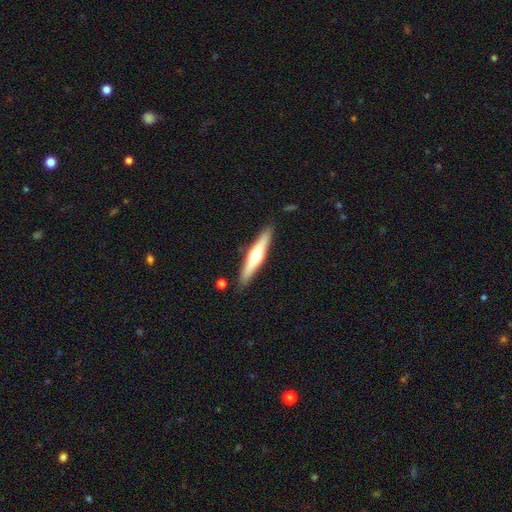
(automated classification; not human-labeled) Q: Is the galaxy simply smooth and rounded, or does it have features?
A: featured or disk — 57%.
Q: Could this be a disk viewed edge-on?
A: yes — 95%.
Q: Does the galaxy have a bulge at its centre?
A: rounded — 90%.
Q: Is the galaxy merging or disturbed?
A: none — 88%.